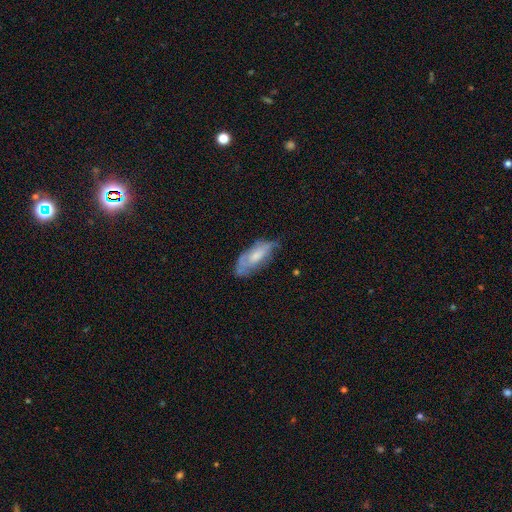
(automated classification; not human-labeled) Overall: smooth (48%; featured or disk 45%). Merging: none (50%; minor disturbance 35%).